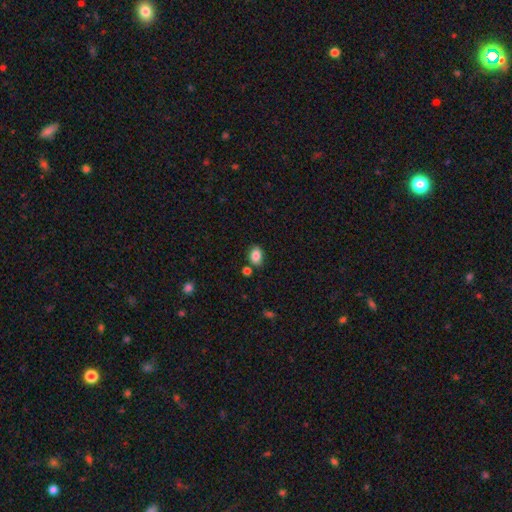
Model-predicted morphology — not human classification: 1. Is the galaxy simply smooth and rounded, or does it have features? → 86% smooth, 9% star or artifact, 5% featured or disk.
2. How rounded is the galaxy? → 79% in between, 19% round, 1% cigar-shaped.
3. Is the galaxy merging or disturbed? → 77% none, 13% minor disturbance, 8% merger, 3% major disturbance.